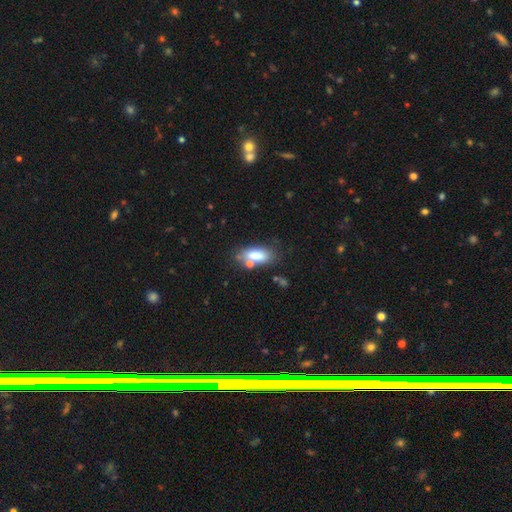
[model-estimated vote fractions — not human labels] A smooth galaxy with no disk features (77%) that is in between round and cigar-shaped (80%). Merging: none (60%).